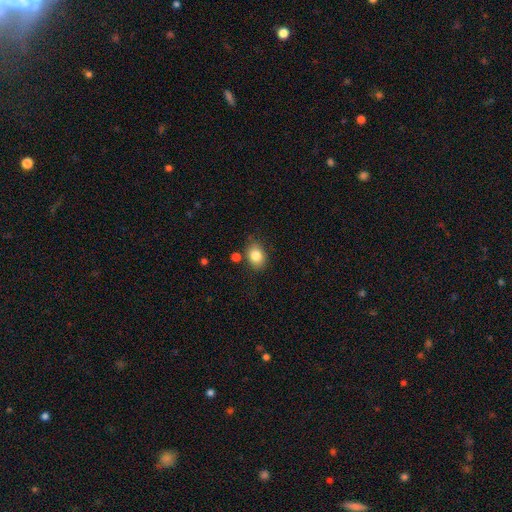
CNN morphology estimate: Overall: smooth (84%). How rounded: in between (67%; round 32%). Merging: none (76%).